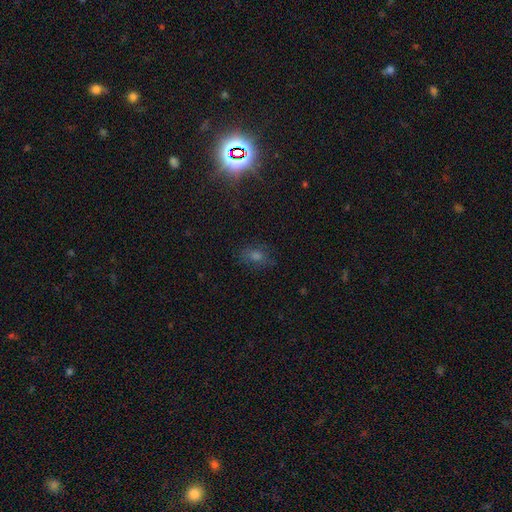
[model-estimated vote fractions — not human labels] Smooth or featured: smooth — 46% (star or artifact — 41%)
Merging: none — 79% (minor disturbance — 14%)